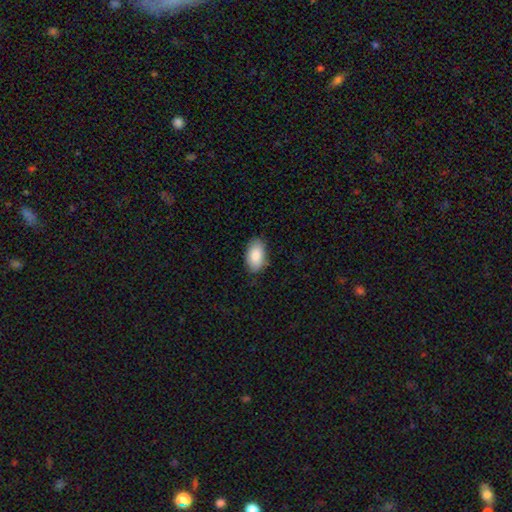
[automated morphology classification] Smooth or featured? smooth (86%)
How rounded? in between (94%)
Merging? none (82%)